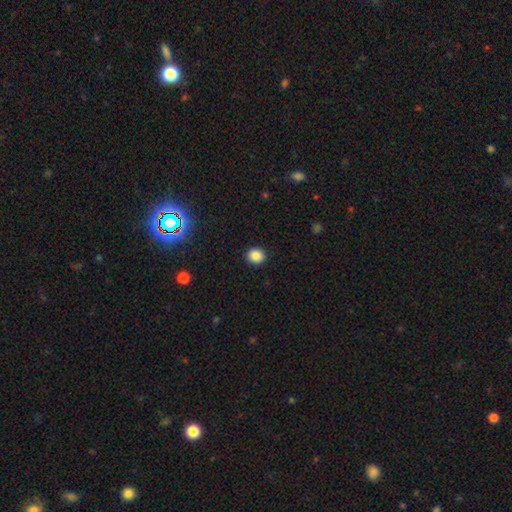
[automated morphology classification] Smooth or featured?
  - smooth: 86% *
  - star or artifact: 11%
  - featured or disk: 4%
How rounded?
  - round: 79% *
  - in between: 20%
  - cigar-shaped: 1%
Merging?
  - none: 91% *
  - minor disturbance: 6%
  - major disturbance: 2%
  - merger: 1%